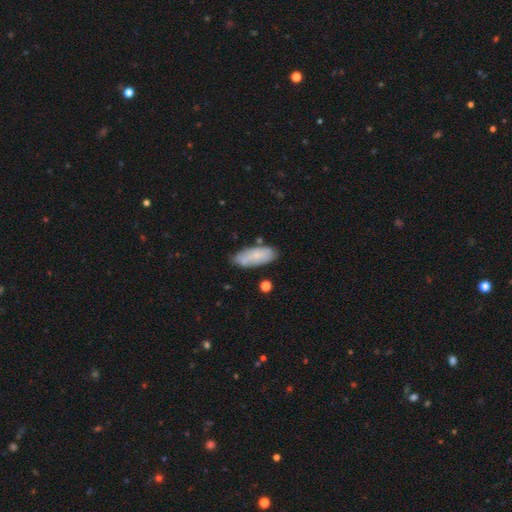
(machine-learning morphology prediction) Q: Smooth or featured?
A: smooth (62%); runner-up: featured or disk (31%)
Q: How rounded?
A: in between (77%); runner-up: cigar-shaped (20%)
Q: Merging?
A: none (71%); runner-up: minor disturbance (20%)